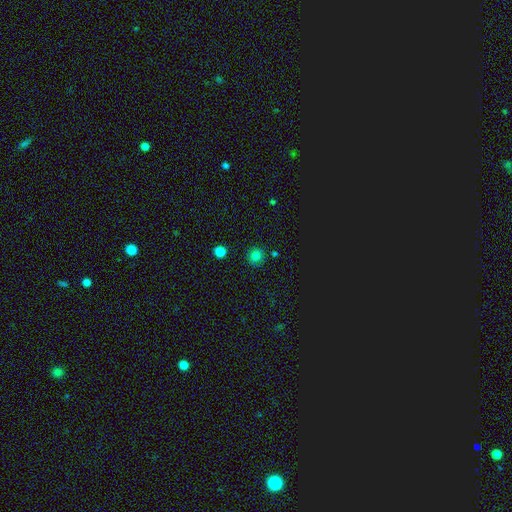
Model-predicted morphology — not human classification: Smooth or featured?
  - smooth: 79% *
  - star or artifact: 16%
  - featured or disk: 5%
How rounded?
  - round: 91% *
  - in between: 8%
  - cigar-shaped: 1%
Merging?
  - none: 86% *
  - minor disturbance: 8%
  - merger: 3%
  - major disturbance: 2%